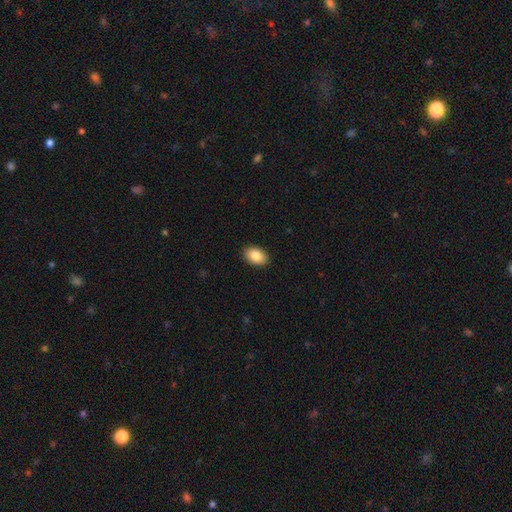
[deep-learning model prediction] Smooth or featured: smooth — 86% (star or artifact — 7%)
How rounded: in between — 88% (round — 11%)
Merging: none — 91% (minor disturbance — 7%)